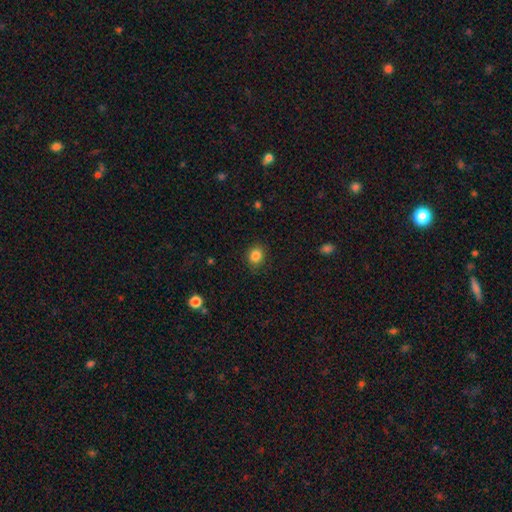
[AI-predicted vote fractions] Smooth or featured?
  - smooth: 84% *
  - star or artifact: 11%
  - featured or disk: 5%
How rounded?
  - round: 70% *
  - in between: 29%
  - cigar-shaped: 1%
Merging?
  - none: 87% *
  - minor disturbance: 10%
  - major disturbance: 2%
  - merger: 1%